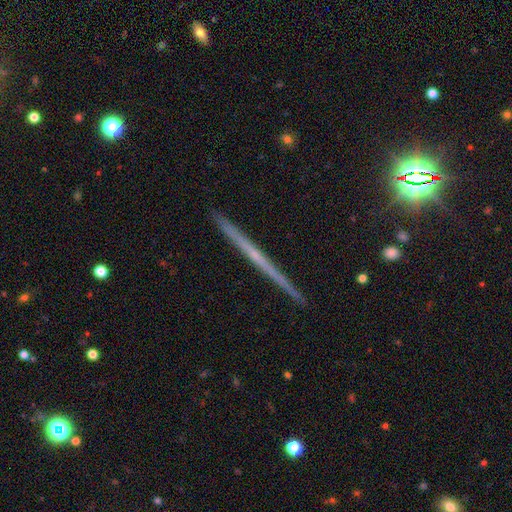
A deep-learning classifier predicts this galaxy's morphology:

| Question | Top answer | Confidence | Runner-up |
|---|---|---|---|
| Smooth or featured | featured or disk | 68% | smooth (21%) |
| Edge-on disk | yes | 98% | no (2%) |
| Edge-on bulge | none | 77% | rounded (18%) |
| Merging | none | 92% | minor disturbance (6%) |